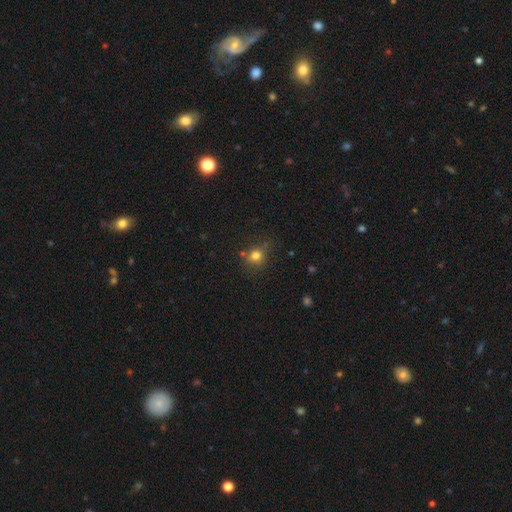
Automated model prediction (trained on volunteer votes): This appears to be a smooth galaxy with no disk features (78%) that is round (79%). Merging: none (70%).